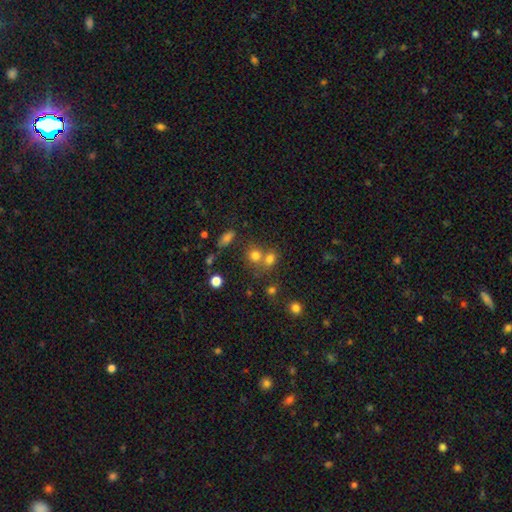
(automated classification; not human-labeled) smooth 72%, star or artifact 17%, featured or disk 11%. Down the decision tree: how rounded — round (73%); merging — none (46%).